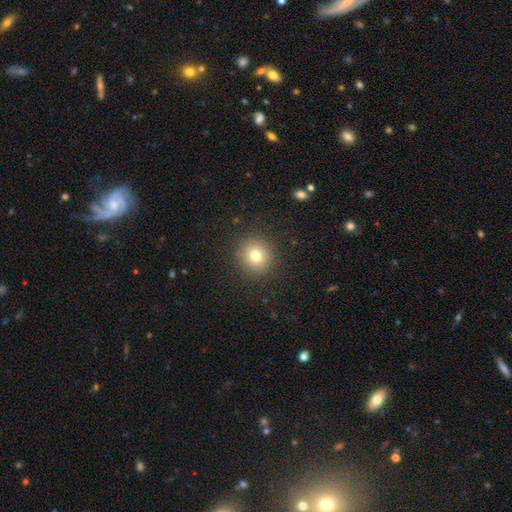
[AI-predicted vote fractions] Smooth or featured? smooth (77%)
How rounded? round (92%)
Merging? none (90%)